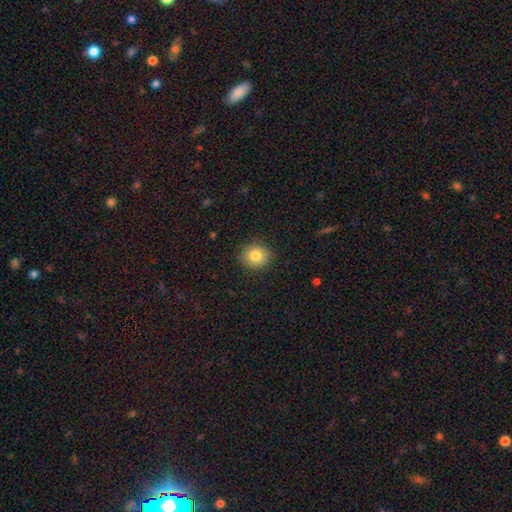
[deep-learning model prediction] Morphology: type=smooth (81%); roundness=round (85%); merging=none (90%).